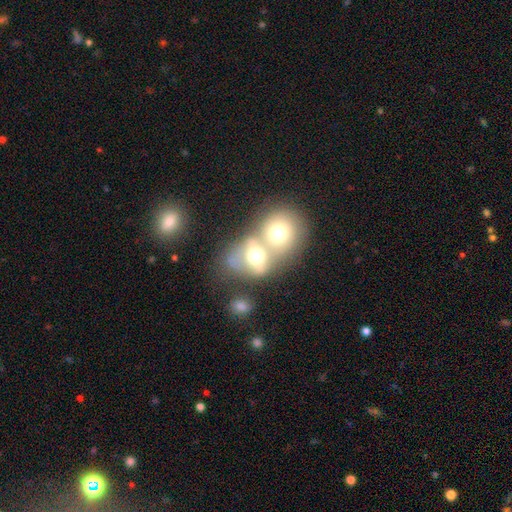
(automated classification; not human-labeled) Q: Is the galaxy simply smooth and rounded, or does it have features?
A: smooth — 56%.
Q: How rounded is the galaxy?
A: round — 50%.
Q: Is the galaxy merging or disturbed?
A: merger — 69%.